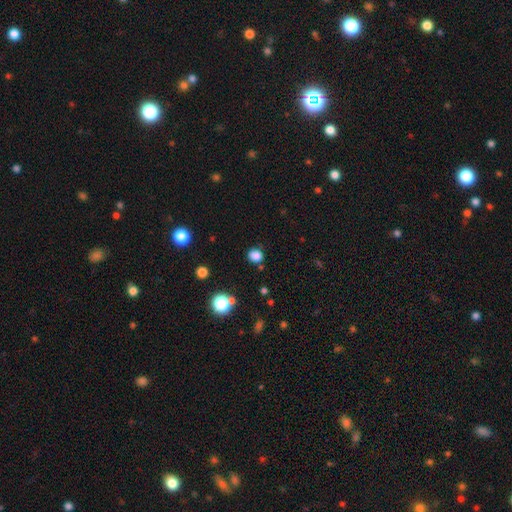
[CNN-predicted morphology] Smooth or featured? Predicted: smooth (p=0.81). How rounded? Predicted: round (p=0.64). Merging? Predicted: none (p=0.78).